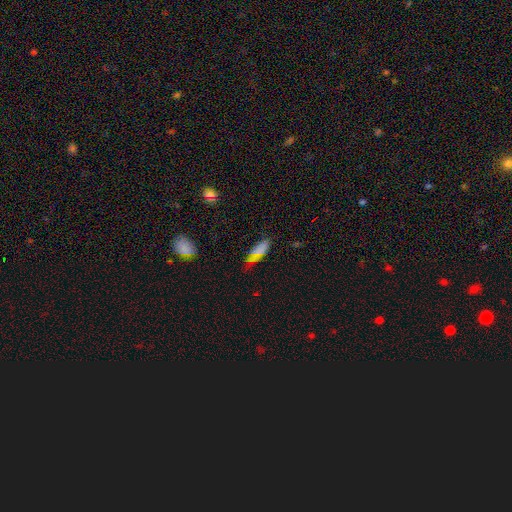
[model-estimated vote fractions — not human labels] A smooth galaxy with no disk features (72%) that is in between round and cigar-shaped (68%).

Vote fractions:
- Smooth or featured? smooth: 72% / star or artifact: 14% / featured or disk: 14%
- How rounded? in between: 68% / cigar-shaped: 30% / round: 3%
- Merging? none: 58% / minor disturbance: 30% / major disturbance: 9% / merger: 3%